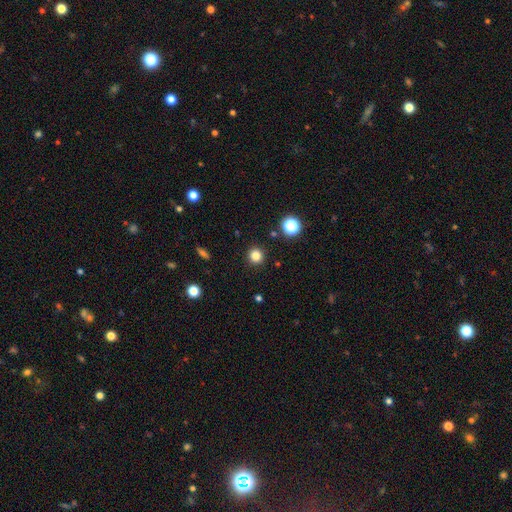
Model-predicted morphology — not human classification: Smooth or featured? smooth (82%)
How rounded? round (94%)
Merging? none (92%)